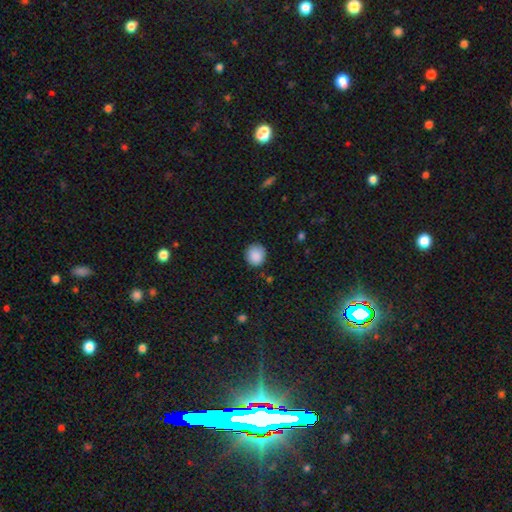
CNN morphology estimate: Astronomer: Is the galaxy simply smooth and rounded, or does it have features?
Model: smooth — 88%.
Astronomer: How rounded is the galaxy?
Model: round — 87%.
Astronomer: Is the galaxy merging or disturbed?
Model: none — 85%.